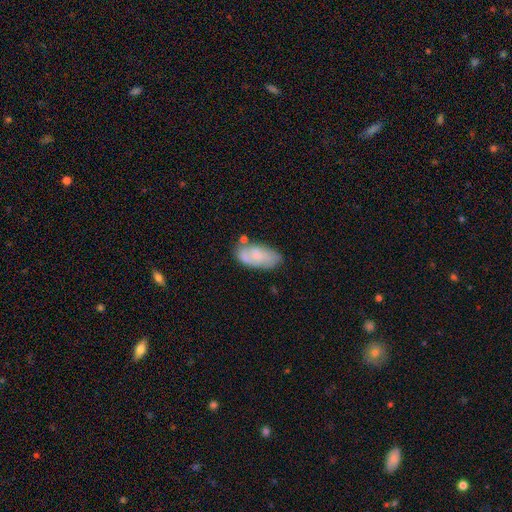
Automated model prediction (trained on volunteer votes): A smooth galaxy with no disk features (59%) that is in between round and cigar-shaped (91%).

Vote fractions:
- Smooth or featured? smooth: 59% / featured or disk: 35% / star or artifact: 7%
- How rounded? in between: 91% / cigar-shaped: 6% / round: 3%
- Merging? none: 57% / minor disturbance: 26% / merger: 10% / major disturbance: 7%